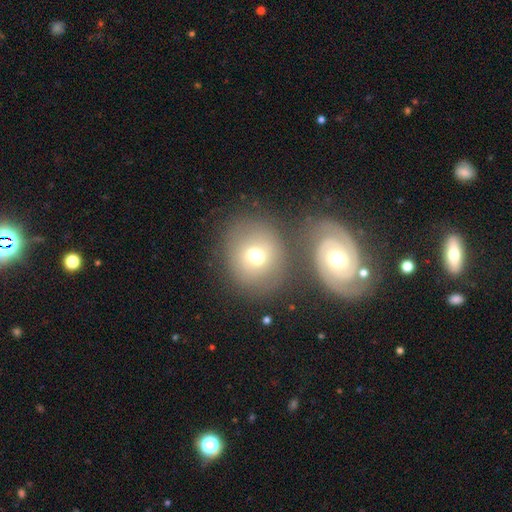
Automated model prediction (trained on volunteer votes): Q: Smooth or featured?
A: smooth (62%); runner-up: featured or disk (27%)
Q: How rounded?
A: round (68%); runner-up: in between (31%)
Q: Merging?
A: none (50%); runner-up: merger (30%)